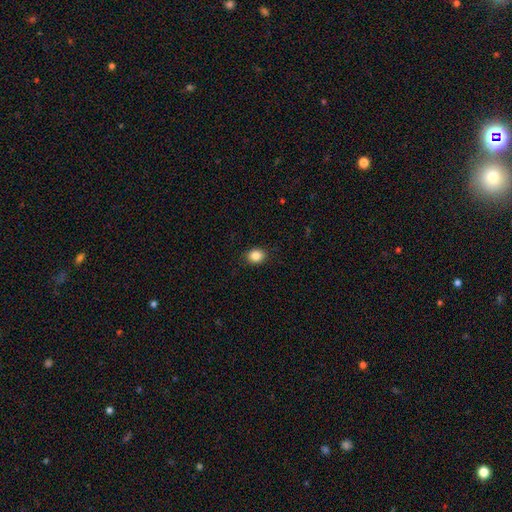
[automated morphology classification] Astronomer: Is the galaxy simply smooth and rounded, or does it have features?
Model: smooth — 85%.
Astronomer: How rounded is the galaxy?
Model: round — 61% (runner-up: in between, 38%).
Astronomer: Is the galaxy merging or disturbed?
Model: none — 89%.